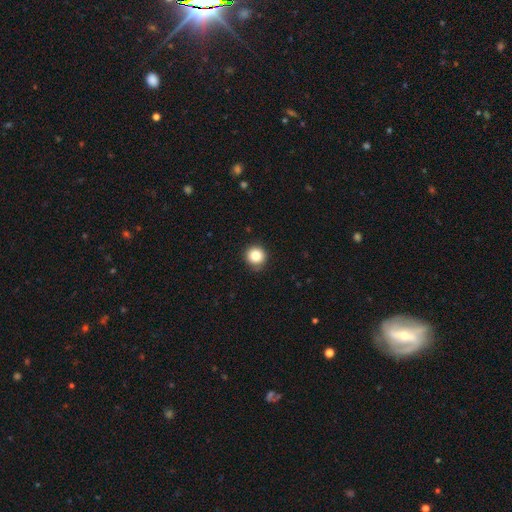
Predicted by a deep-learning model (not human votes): smooth 84%, star or artifact 11%, featured or disk 5%. Down the decision tree: how rounded — round (95%); merging — none (88%).